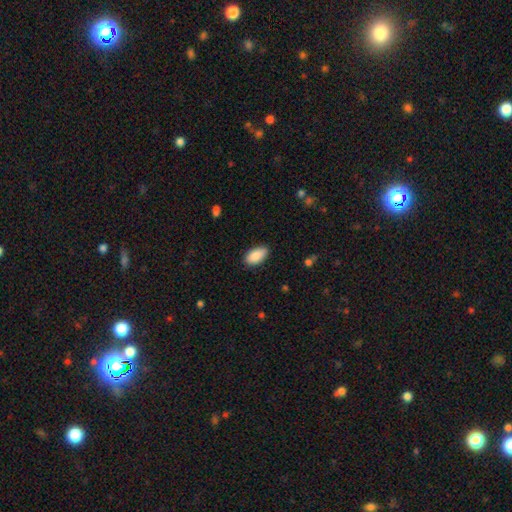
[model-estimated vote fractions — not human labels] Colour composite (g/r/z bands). It shows a smooth galaxy with no disk features (89%) that is in between round and cigar-shaped (94%). Merging: none (86%).